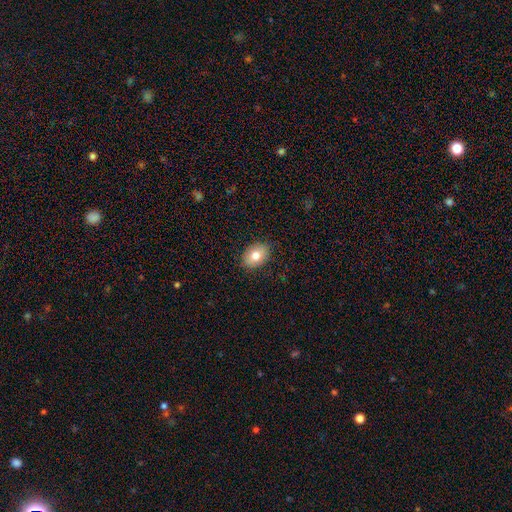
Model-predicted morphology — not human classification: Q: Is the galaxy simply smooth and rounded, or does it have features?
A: smooth — 78%.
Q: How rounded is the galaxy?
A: in between — 80%.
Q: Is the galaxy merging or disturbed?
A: none — 86%.